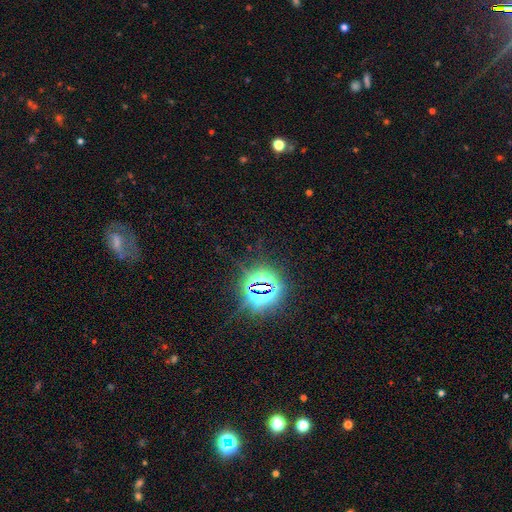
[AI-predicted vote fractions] Smooth or featured?
  - star or artifact: 80% *
  - smooth: 12%
  - featured or disk: 8%